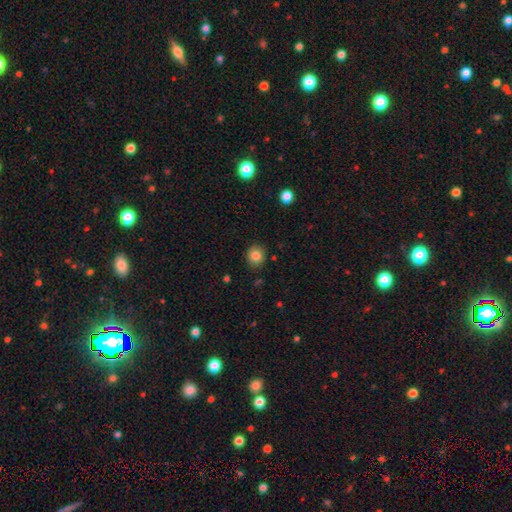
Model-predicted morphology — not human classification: Overall: smooth (84%). How rounded: round (78%). Merging: none (87%).